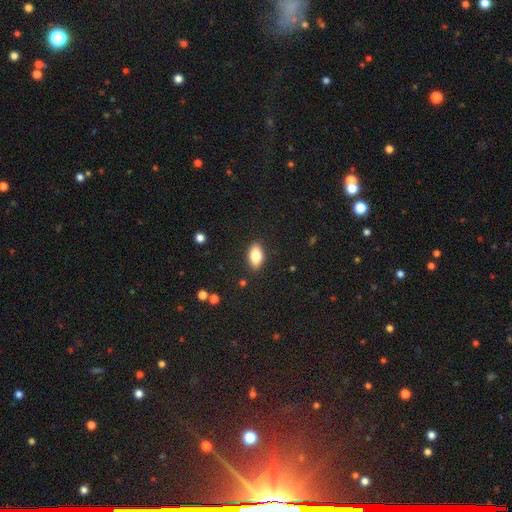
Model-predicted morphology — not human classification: Smooth or featured? smooth (81%)
How rounded? in between (90%)
Merging? none (87%)